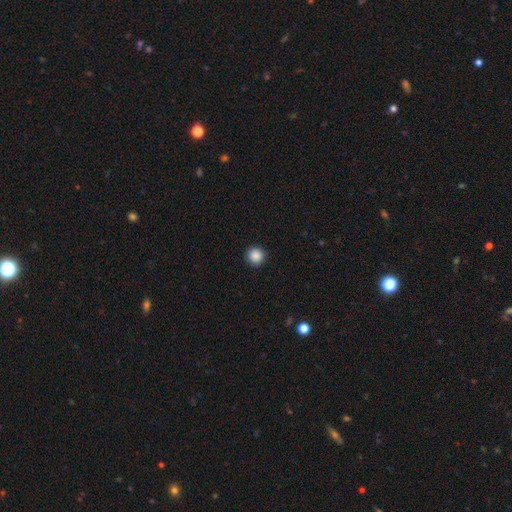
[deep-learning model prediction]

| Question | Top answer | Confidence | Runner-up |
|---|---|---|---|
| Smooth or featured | smooth | 88% | star or artifact (10%) |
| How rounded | round | 96% | in between (3%) |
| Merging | none | 92% | minor disturbance (5%) |